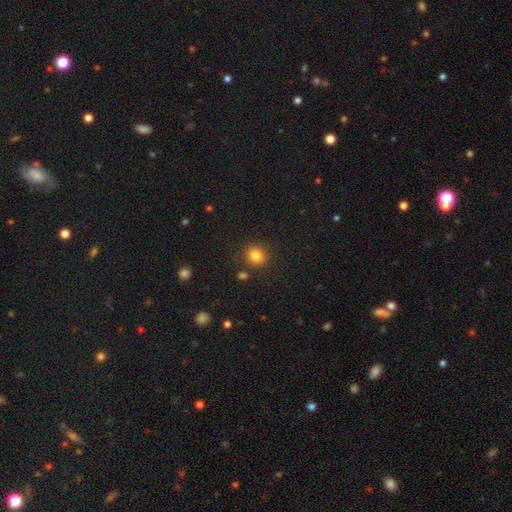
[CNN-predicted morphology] A smooth galaxy with no disk features (83%) that is round (77%). Merging: none (85%).